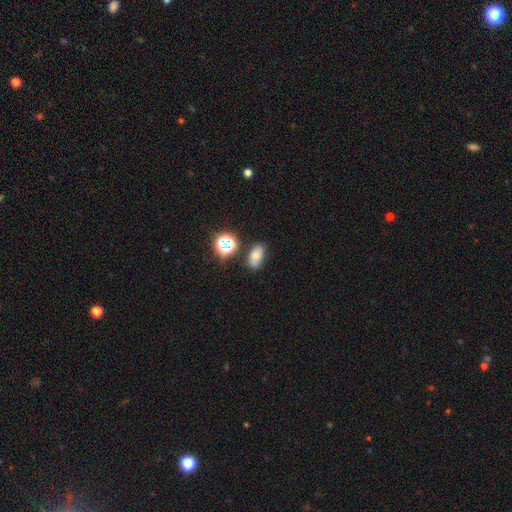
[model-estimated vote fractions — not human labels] Smooth or featured? smooth (69%)
How rounded? in between (84%)
Merging? none (70%)